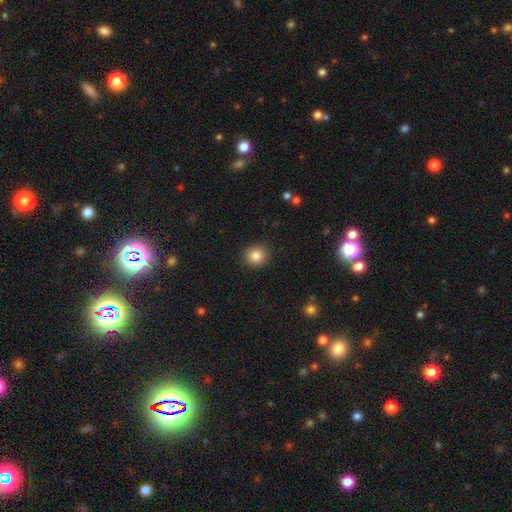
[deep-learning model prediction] smooth-or-featured: smooth: 84% | star or artifact: 10% | featured or disk: 6%
  how-rounded: round: 88% | in between: 11% | cigar-shaped: 1%
  merging: none: 90% | minor disturbance: 7% | major disturbance: 2% | merger: 1%